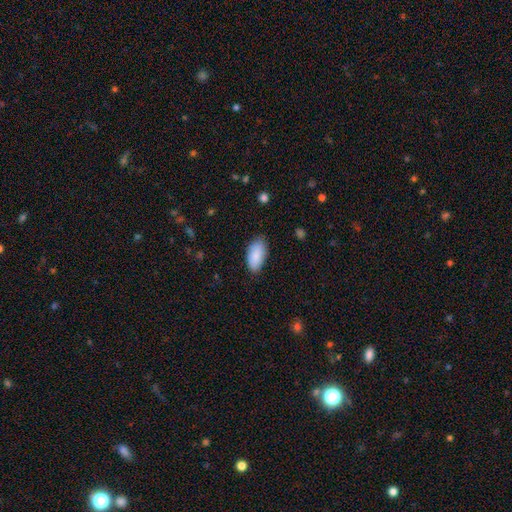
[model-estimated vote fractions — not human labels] Q: Smooth or featured?
A: smooth (87%); runner-up: featured or disk (7%)
Q: How rounded?
A: in between (94%); runner-up: cigar-shaped (4%)
Q: Merging?
A: none (81%); runner-up: minor disturbance (15%)